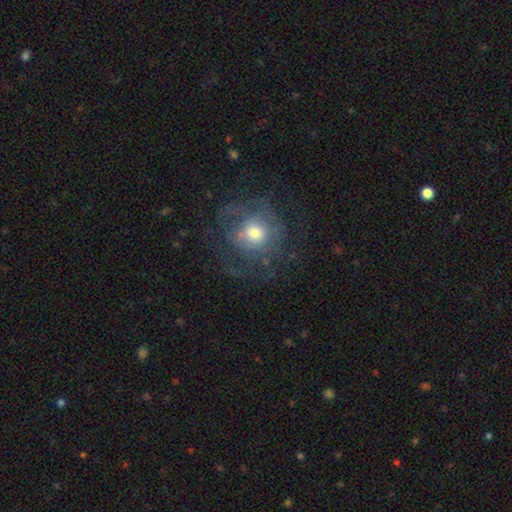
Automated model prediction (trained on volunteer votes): This appears to be a featured or disk galaxy (43%). Merging: none (80%).